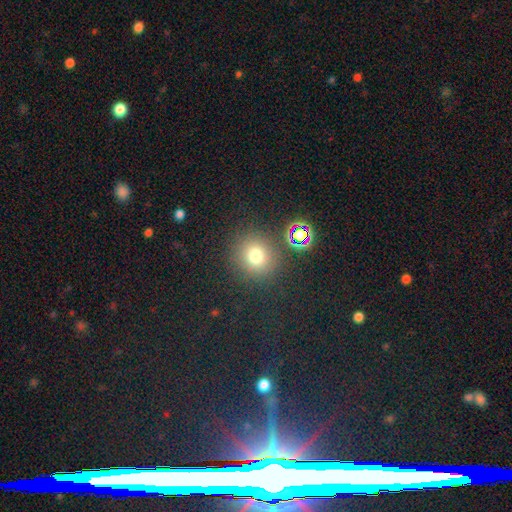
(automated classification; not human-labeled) A smooth galaxy with no disk features (72%) that is round (89%). Merging: none (84%).